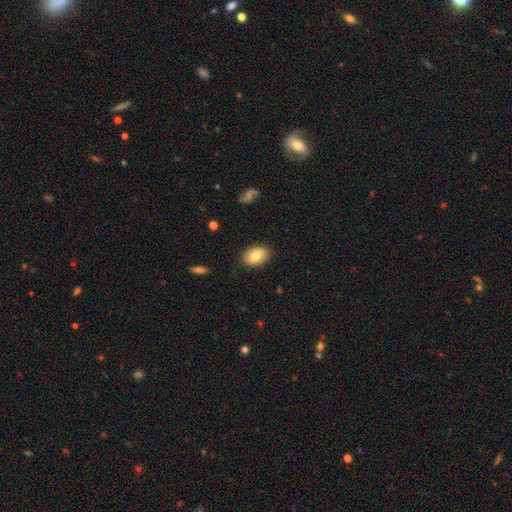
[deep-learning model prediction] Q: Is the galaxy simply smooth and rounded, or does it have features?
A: smooth — 78%.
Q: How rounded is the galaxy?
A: in between — 88%.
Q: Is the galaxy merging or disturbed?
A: none — 86%.